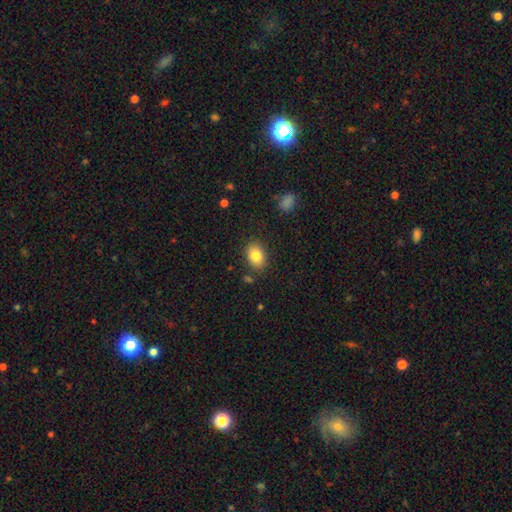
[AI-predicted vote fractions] A smooth galaxy with no disk features (83%) that is in between round and cigar-shaped (77%). Merging: none (84%).